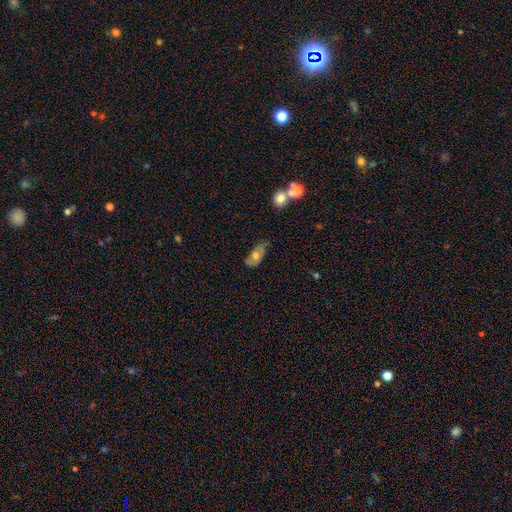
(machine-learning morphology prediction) Smooth or featured? smooth (56%)
How rounded? in between (87%)
Merging? none (41%)